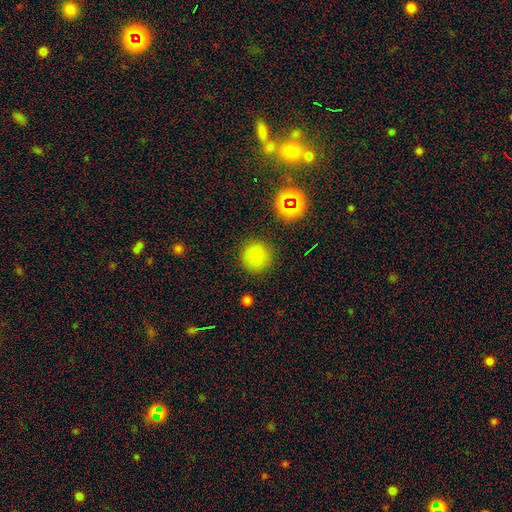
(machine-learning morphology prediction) smooth_or_featured: smooth (p=0.79) [alt: star or artifact p=0.15]
how_rounded: round (p=0.92) [alt: in between p=0.07]
merging: none (p=0.86) [alt: minor disturbance p=0.08]